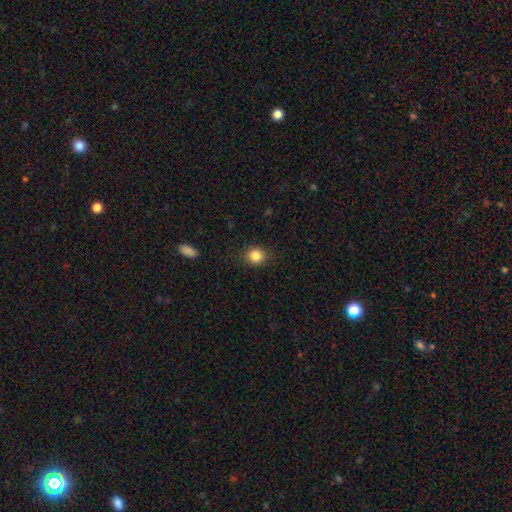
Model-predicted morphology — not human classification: A smooth galaxy with no disk features (85%) that is round (81%).

Vote fractions:
- Smooth or featured? smooth: 85% / star or artifact: 10% / featured or disk: 5%
- How rounded? round: 81% / in between: 18% / cigar-shaped: 1%
- Merging? none: 89% / minor disturbance: 8% / major disturbance: 3% / merger: 1%